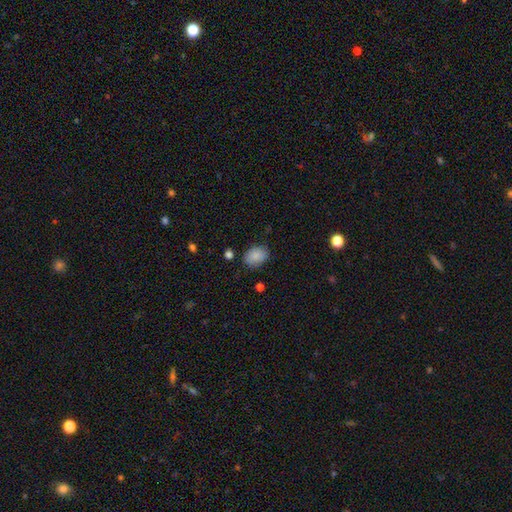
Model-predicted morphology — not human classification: smooth_or_featured: smooth (p=0.87) [alt: star or artifact p=0.08]
how_rounded: in between (p=0.76) [alt: round p=0.23]
merging: none (p=0.78) [alt: minor disturbance p=0.16]